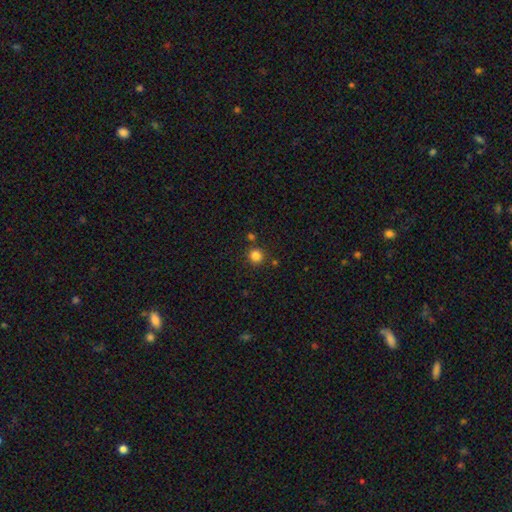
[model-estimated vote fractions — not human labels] This is clearly a smooth galaxy (84%). How rounded: clearly round (92%). Merging: clearly none (83%).